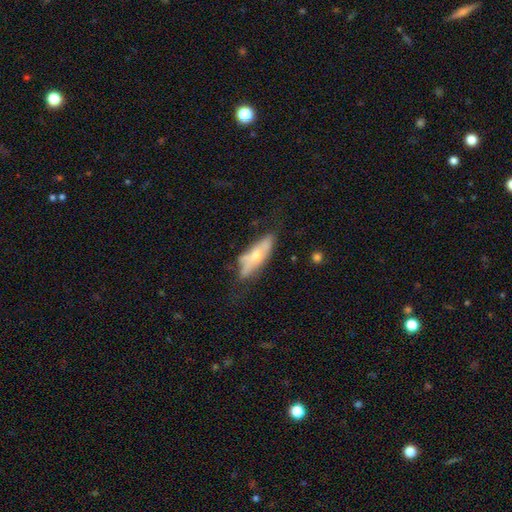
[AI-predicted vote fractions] smooth_or_featured: featured or disk (p=0.51) [alt: smooth p=0.42]
disk_edge_on: yes (p=0.55) [alt: no p=0.45]
merging: none (p=0.55) [alt: minor disturbance p=0.27]